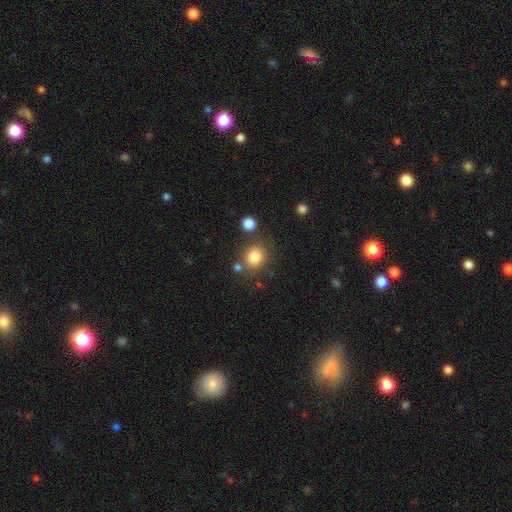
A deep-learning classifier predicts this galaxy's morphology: Q: Smooth or featured?
A: smooth (82%); runner-up: star or artifact (11%)
Q: How rounded?
A: round (72%); runner-up: in between (27%)
Q: Merging?
A: none (75%); runner-up: minor disturbance (11%)